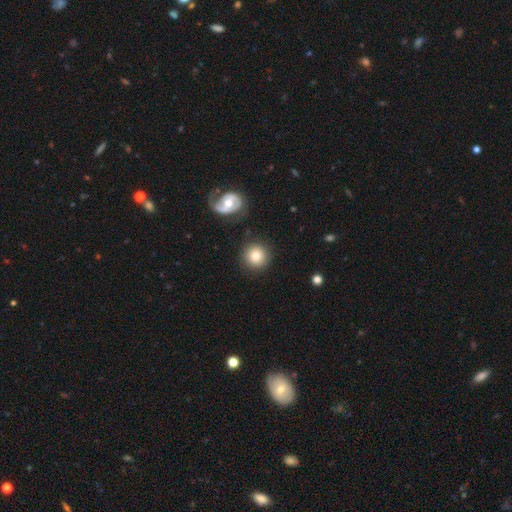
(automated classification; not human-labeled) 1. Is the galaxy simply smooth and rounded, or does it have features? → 80% smooth, 12% featured or disk, 9% star or artifact.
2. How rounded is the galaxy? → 92% round, 7% in between, 1% cigar-shaped.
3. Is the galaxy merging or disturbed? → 83% none, 9% minor disturbance, 4% merger, 3% major disturbance.